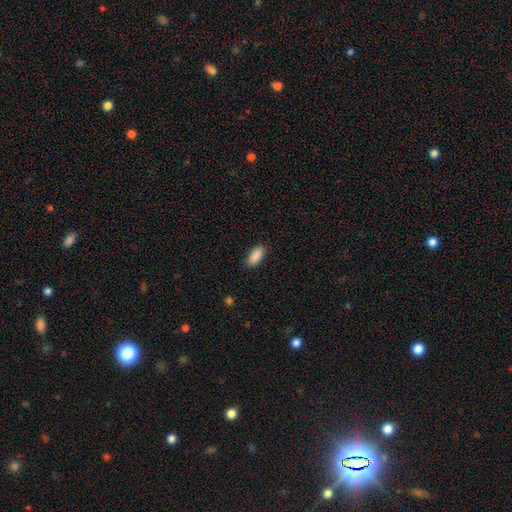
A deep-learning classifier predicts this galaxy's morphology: The model was most divided on "merging": none: 86%, minor disturbance: 11%, major disturbance: 2%, merger: 1%. More confident: smooth or featured — smooth (90%); how rounded — in between (88%).